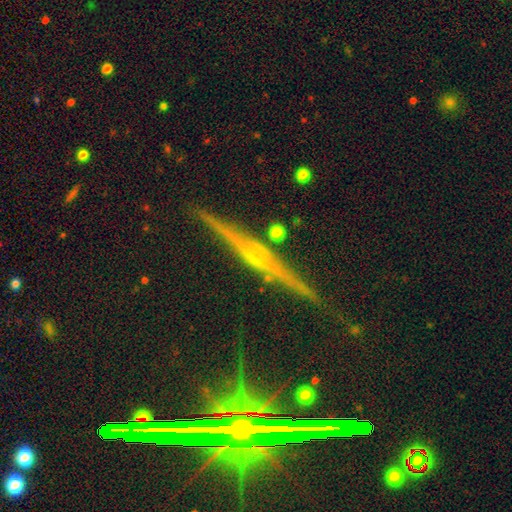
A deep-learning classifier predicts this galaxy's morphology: Smooth or featured? Predicted: featured or disk (p=0.78). Edge-on disk? Predicted: yes (p=0.97). Edge-on bulge? Predicted: rounded (p=0.65). Merging? Predicted: none (p=0.88).